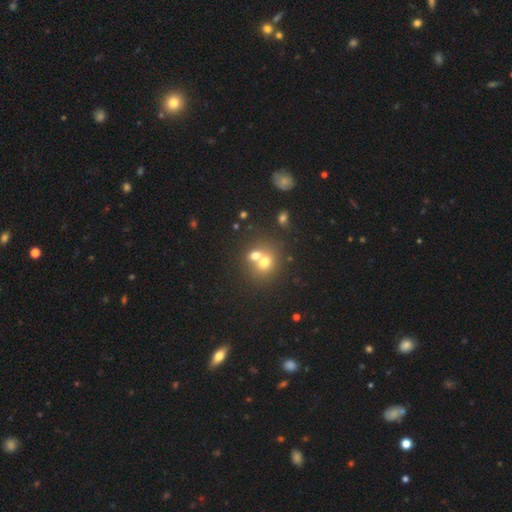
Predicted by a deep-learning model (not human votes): This is likely a smooth galaxy (67%). How rounded: likely round (66%). Merging: likely merger (61%).